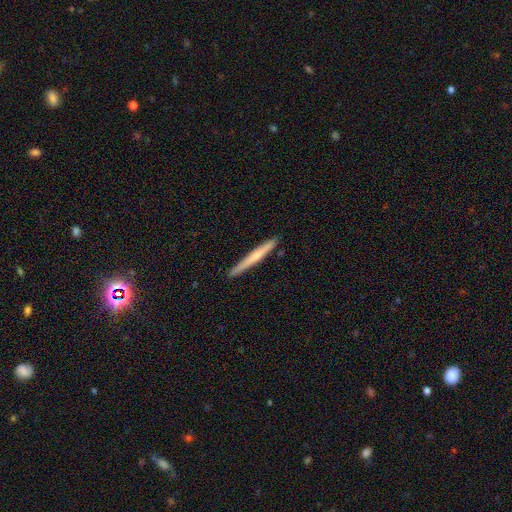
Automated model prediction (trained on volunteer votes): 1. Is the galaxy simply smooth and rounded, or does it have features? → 56% smooth, 39% featured or disk, 5% star or artifact.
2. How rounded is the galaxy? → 97% cigar-shaped, 2% in between, 1% round.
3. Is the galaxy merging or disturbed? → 91% none, 7% minor disturbance, 1% merger, 1% major disturbance.